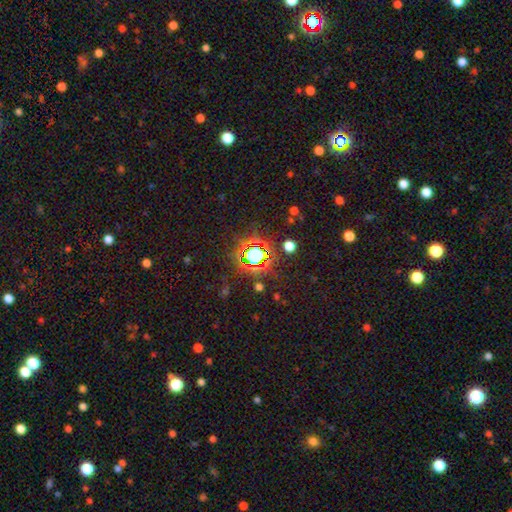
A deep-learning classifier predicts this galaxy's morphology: type=star or artifact (70%).